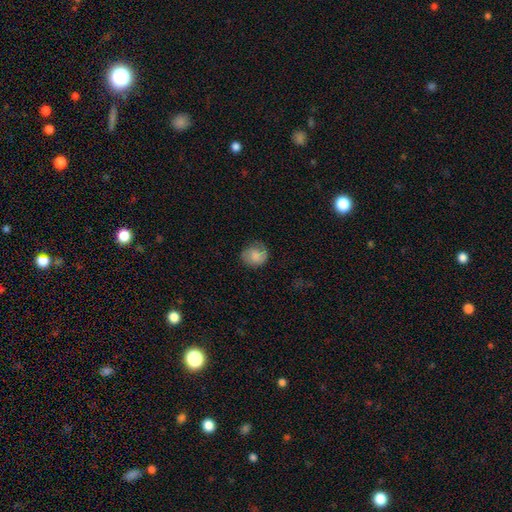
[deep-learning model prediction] smooth_or_featured: smooth (p=0.64) [alt: featured or disk p=0.28]
how_rounded: round (p=0.74) [alt: in between p=0.25]
merging: none (p=0.68) [alt: minor disturbance p=0.22]